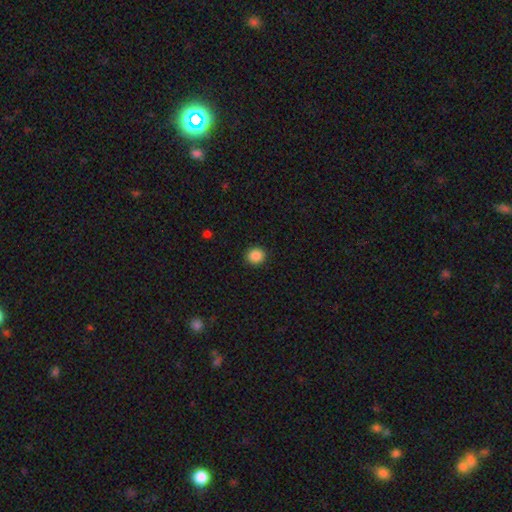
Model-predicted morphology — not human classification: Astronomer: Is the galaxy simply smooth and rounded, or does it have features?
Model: smooth — 87%.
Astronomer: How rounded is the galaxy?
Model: round — 86%.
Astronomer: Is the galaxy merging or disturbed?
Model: none — 91%.